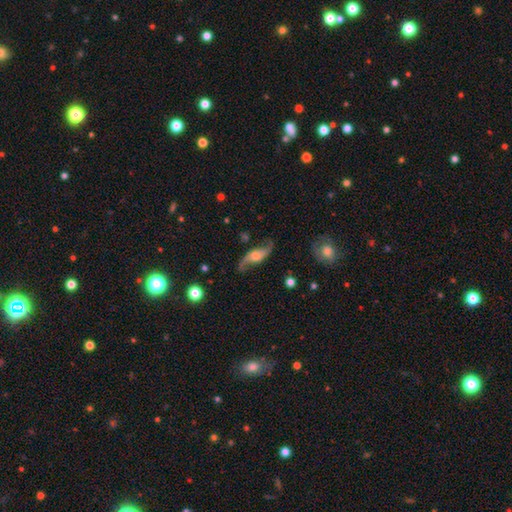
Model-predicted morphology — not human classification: Smooth or featured? Predicted: featured or disk (p=0.84). Edge-on disk? Predicted: no (p=0.88). Bar? Predicted: no (p=0.54). Spiral arms? Predicted: yes (p=0.96). Spiral winding? Predicted: loose (p=0.85). Spiral arm count? Predicted: 2 (p=0.94). Bulge size? Predicted: moderate (p=0.39). Merging? Predicted: none (p=0.77).